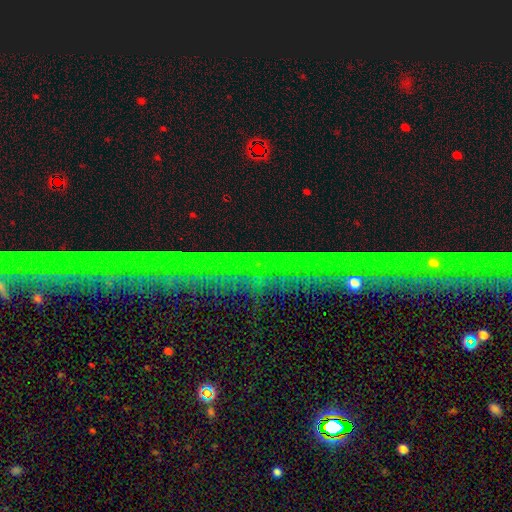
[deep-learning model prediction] Q: Smooth or featured?
A: star or artifact (80%); runner-up: featured or disk (12%)